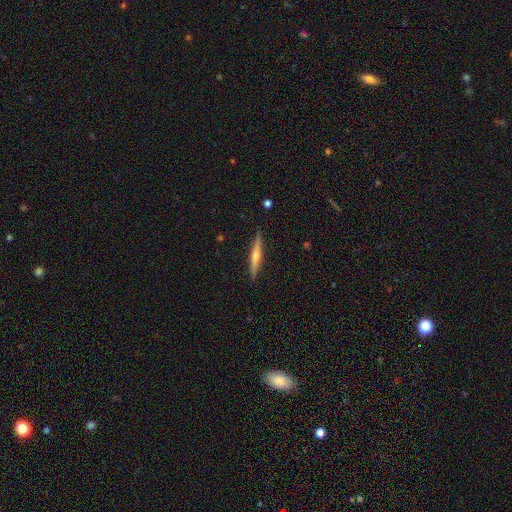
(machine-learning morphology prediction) type=featured or disk (60%); edge-on=yes (97%); edge-on bulge=rounded (72%); merging=none (91%).